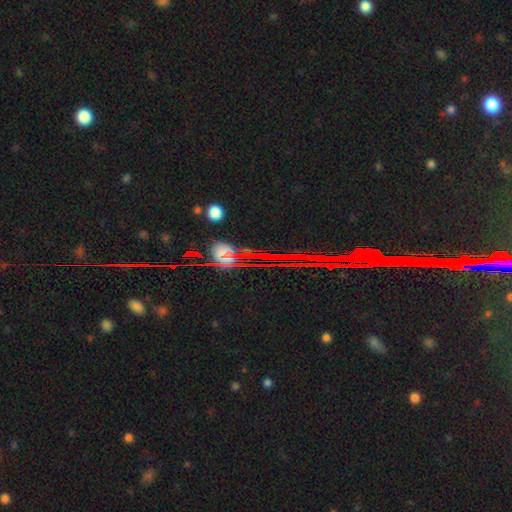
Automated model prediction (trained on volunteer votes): smooth-or-featured: star or artifact: 82% | featured or disk: 9% | smooth: 9%